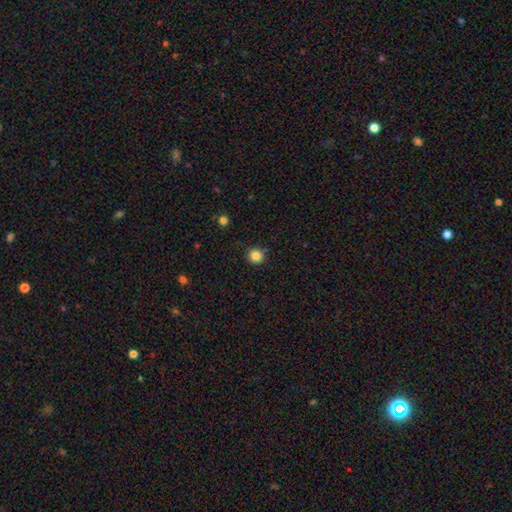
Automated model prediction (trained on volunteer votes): Overall: smooth (84%). How rounded: round (94%). Merging: none (91%).